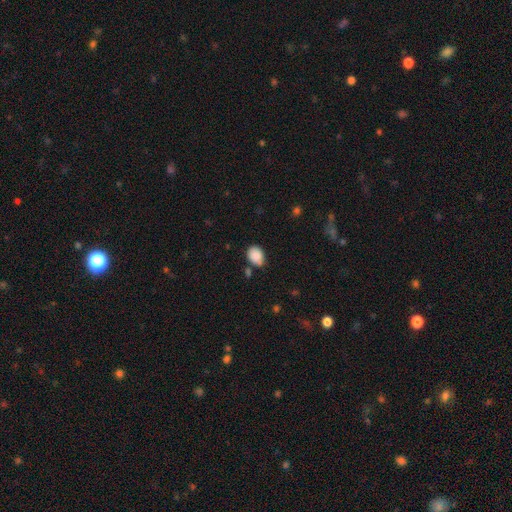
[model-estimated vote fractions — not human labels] Overall: smooth (88%). How rounded: in between (67%; round 32%). Merging: none (65%).